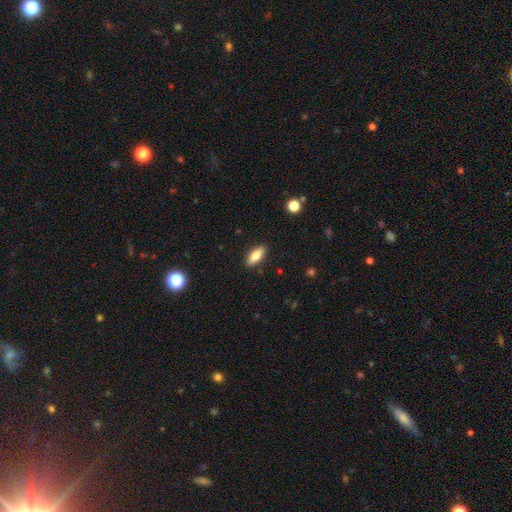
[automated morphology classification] type=smooth (81%); roundness=in between (83%); merging=none (89%).